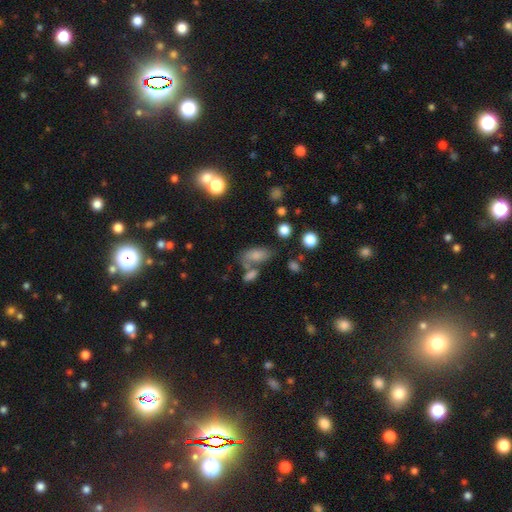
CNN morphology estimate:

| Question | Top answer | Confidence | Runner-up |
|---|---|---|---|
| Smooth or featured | smooth | 76% | featured or disk (13%) |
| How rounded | in between | 86% | round (8%) |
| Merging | none | 46% | merger (27%) |